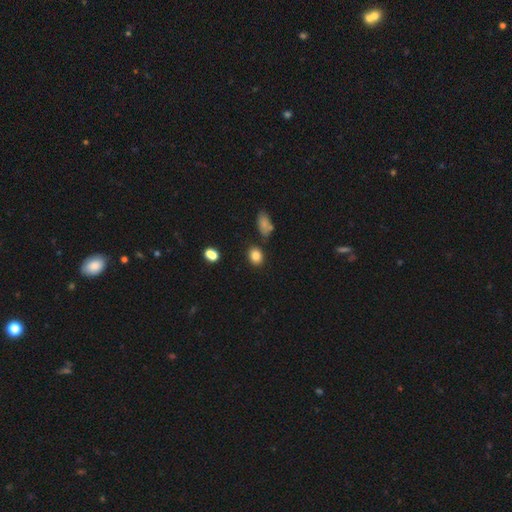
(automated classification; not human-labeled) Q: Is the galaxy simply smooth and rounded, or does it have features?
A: smooth — 83%.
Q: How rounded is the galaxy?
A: in between — 50%.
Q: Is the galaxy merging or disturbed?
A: none — 80%.